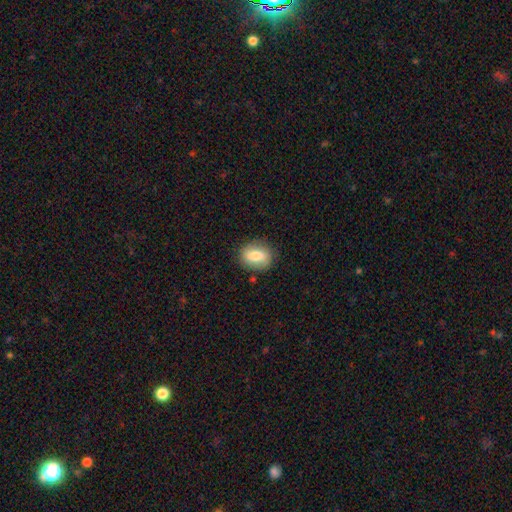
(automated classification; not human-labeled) The model was most divided on "how rounded": in between: 63%, round: 35%, cigar-shaped: 2%. More confident: merging — none (83%); smooth or featured — smooth (72%).